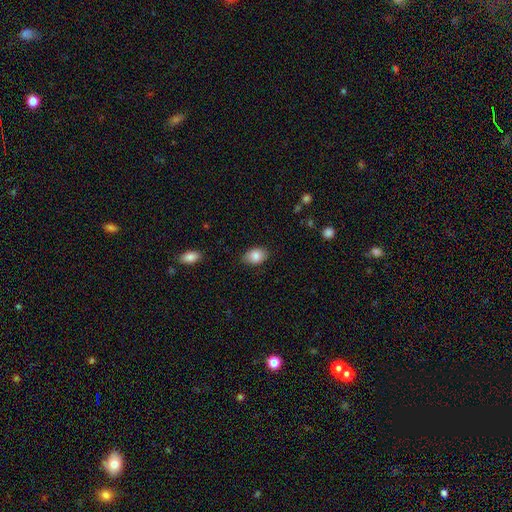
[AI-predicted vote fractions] This is clearly a smooth galaxy (85%). How rounded: clearly in between (83%). Merging: clearly none (81%).